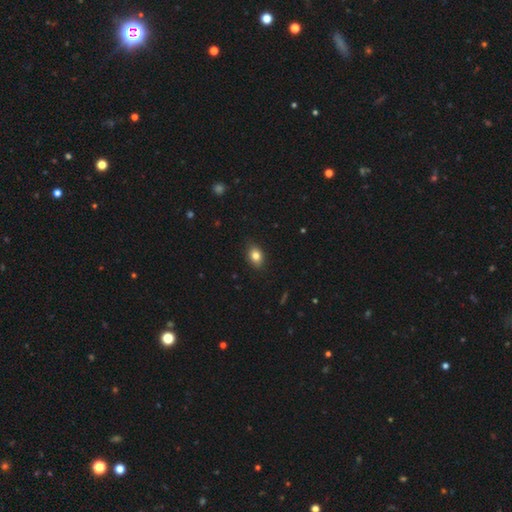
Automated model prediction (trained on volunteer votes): Smooth or featured? smooth (82%)
How rounded? in between (74%)
Merging? none (86%)